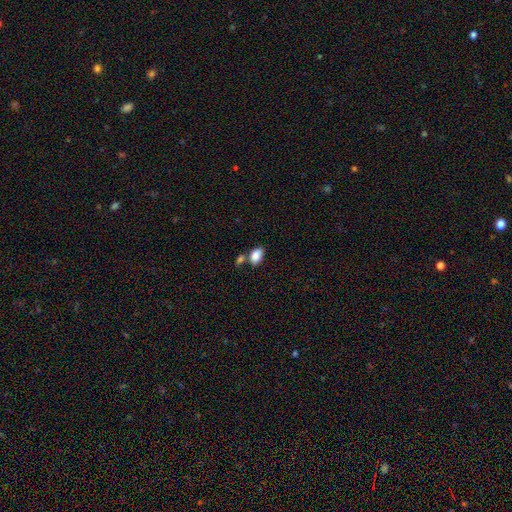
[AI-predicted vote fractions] Overall: smooth (86%). How rounded: in between (89%). Merging: none (48%; merger 31%).